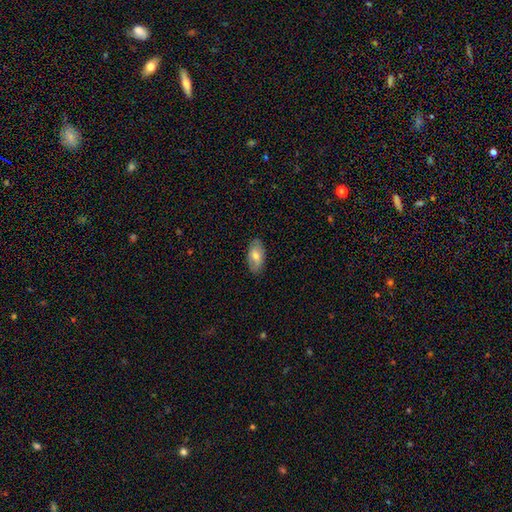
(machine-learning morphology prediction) Q: Smooth or featured?
A: smooth (64%); runner-up: featured or disk (30%)
Q: How rounded?
A: in between (93%); runner-up: cigar-shaped (4%)
Q: Merging?
A: none (85%); runner-up: minor disturbance (12%)